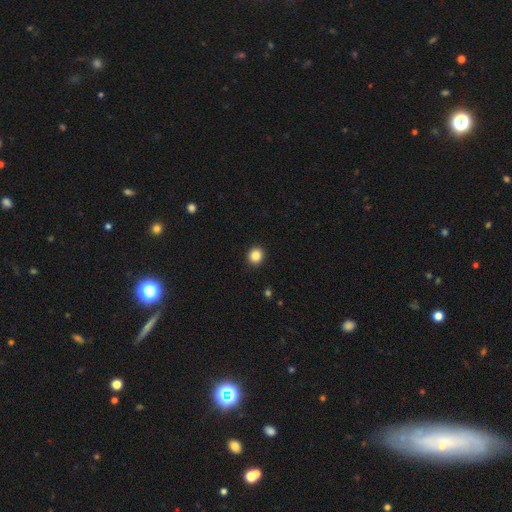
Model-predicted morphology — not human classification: The model was most divided on "how rounded": round: 86%, in between: 13%, cigar-shaped: 1%. More confident: merging — none (92%); smooth or featured — smooth (85%).